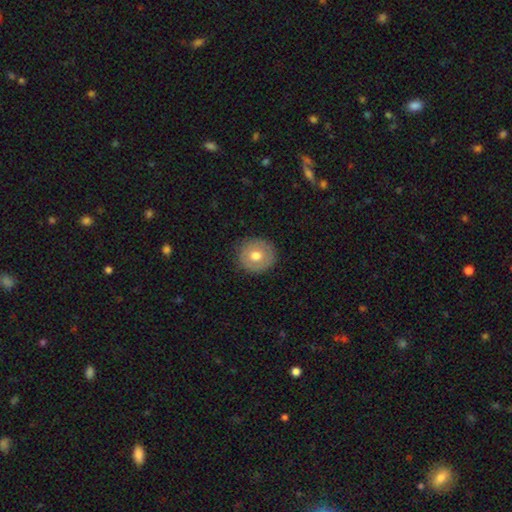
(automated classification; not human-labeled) The model was most divided on "smooth or featured": smooth: 66%, featured or disk: 26%, star or artifact: 8%. More confident: how rounded — round (91%); merging — none (89%).